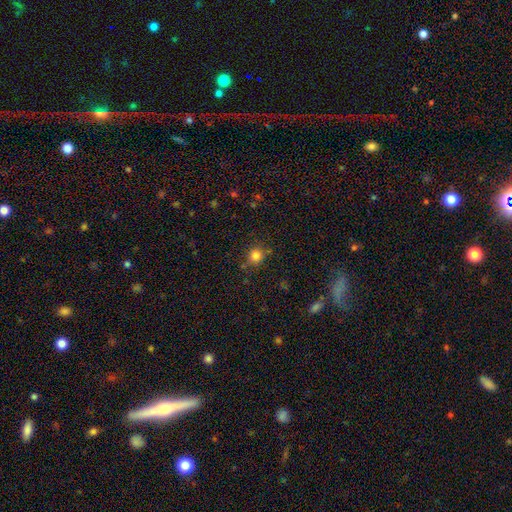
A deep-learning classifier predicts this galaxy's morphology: Smooth or featured? Predicted: smooth (p=0.80). How rounded? Predicted: round (p=0.85). Merging? Predicted: none (p=0.74).